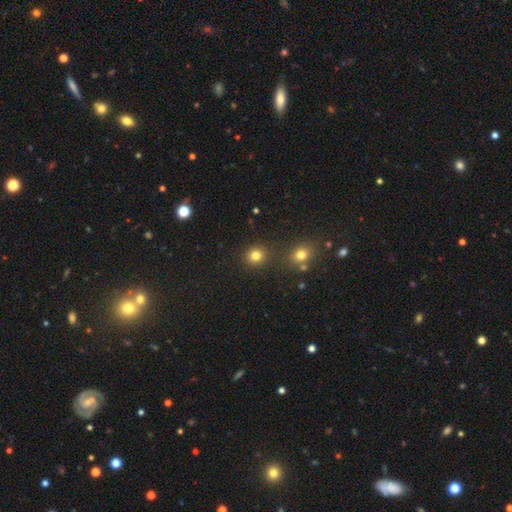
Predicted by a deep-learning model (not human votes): A smooth galaxy with no disk features (80%) that is round (88%).

Vote fractions:
- Smooth or featured? smooth: 80% / star or artifact: 14% / featured or disk: 5%
- How rounded? round: 88% / in between: 12% / cigar-shaped: 1%
- Merging? none: 84% / minor disturbance: 7% / merger: 7% / major disturbance: 3%